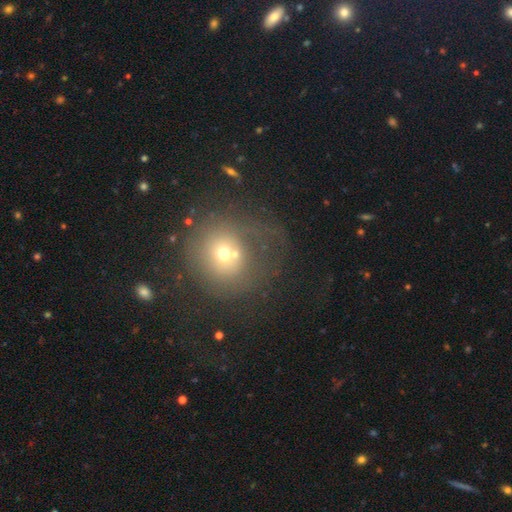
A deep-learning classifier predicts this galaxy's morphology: Overall: smooth (54%; featured or disk 23%). How rounded: round (87%). Merging: none (47%; major disturbance 21%).